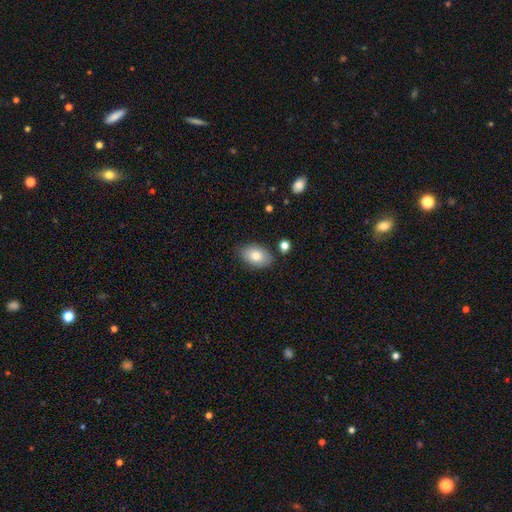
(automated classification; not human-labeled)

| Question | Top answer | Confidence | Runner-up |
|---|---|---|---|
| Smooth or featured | smooth | 77% | featured or disk (15%) |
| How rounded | in between | 88% | round (11%) |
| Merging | none | 79% | minor disturbance (15%) |